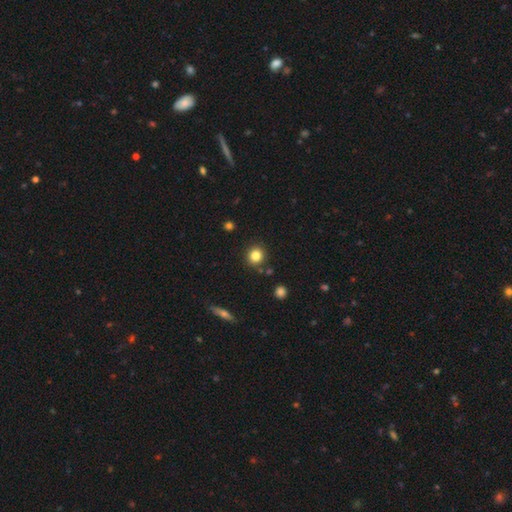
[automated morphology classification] Smooth or featured? Predicted: smooth (p=0.83). How rounded? Predicted: round (p=0.90). Merging? Predicted: none (p=0.87).